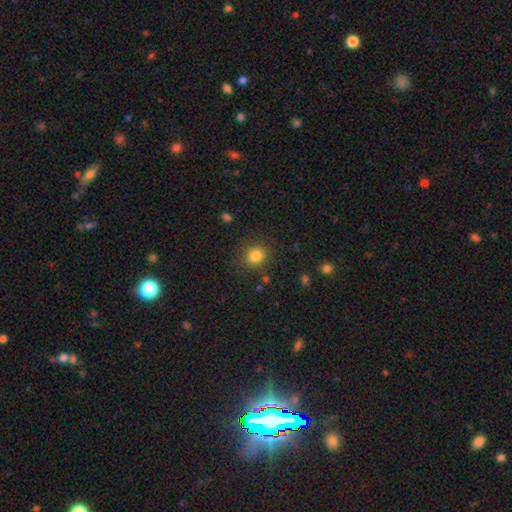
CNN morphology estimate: smooth 83%, star or artifact 12%, featured or disk 5%. Down the decision tree: how rounded — round (82%); merging — none (85%).